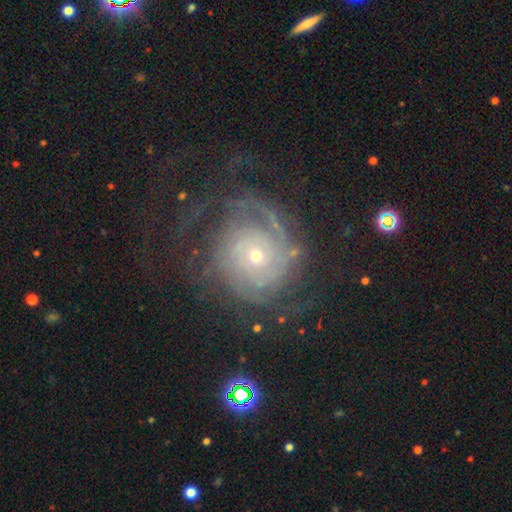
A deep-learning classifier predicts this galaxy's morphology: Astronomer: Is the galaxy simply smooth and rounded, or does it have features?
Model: featured or disk — 82%.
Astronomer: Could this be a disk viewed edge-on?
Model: no — 97%.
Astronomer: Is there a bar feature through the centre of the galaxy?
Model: no — 81%.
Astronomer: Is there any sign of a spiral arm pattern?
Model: yes — 93%.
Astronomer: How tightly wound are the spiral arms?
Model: tight — 66%.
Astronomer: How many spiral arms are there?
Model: can't tell — 38% (runner-up: 2, 22%).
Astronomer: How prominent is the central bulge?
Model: small — 68%.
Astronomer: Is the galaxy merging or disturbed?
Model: none — 62%.